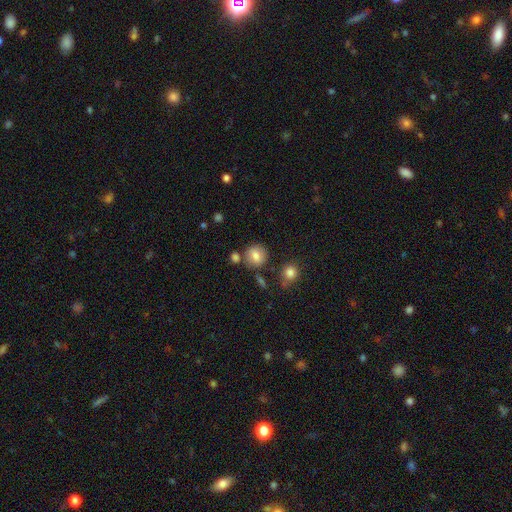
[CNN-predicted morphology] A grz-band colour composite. It shows a smooth galaxy with no disk features (78%) that is round (83%). Merging: none (74%).